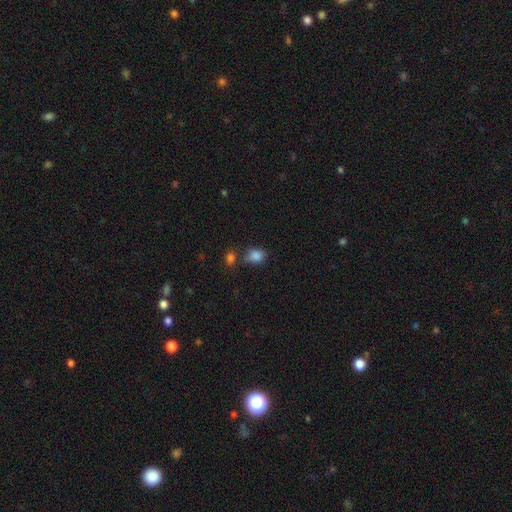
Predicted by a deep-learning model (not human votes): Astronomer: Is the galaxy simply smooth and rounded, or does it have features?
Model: smooth — 84%.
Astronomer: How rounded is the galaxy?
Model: in between — 57% (runner-up: round, 41%).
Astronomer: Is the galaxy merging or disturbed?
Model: none — 58%.